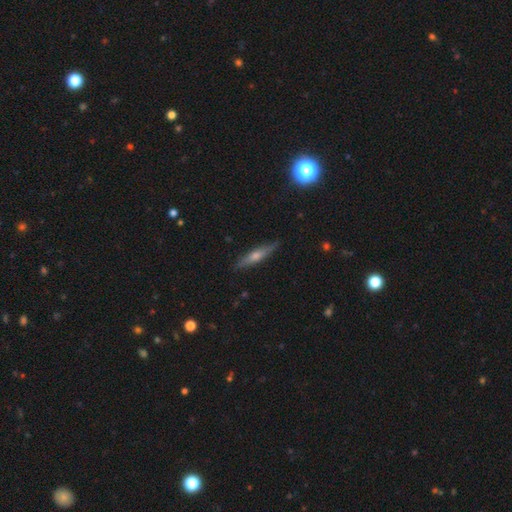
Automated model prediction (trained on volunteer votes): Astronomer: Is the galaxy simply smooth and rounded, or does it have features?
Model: featured or disk — 57% (runner-up: smooth, 34%).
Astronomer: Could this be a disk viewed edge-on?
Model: yes — 94%.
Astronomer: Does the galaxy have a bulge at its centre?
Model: rounded — 82%.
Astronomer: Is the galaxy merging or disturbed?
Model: none — 88%.